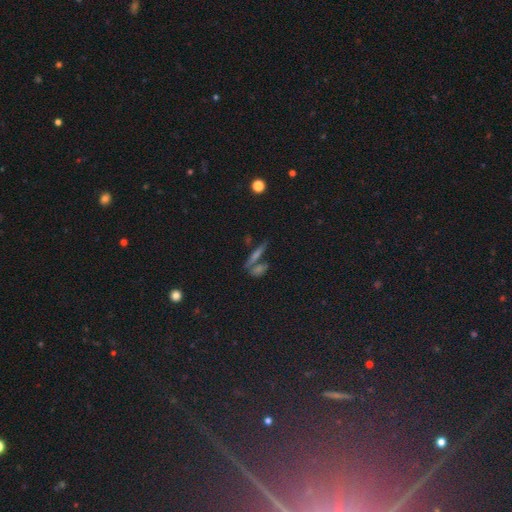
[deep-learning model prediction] Q: Smooth or featured?
A: smooth (42%); runner-up: star or artifact (34%)
Q: Merging?
A: none (55%); runner-up: merger (25%)